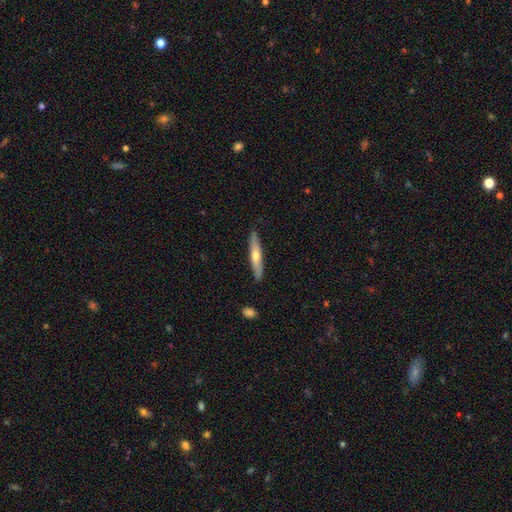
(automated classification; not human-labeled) A featured or disk galaxy (49%). Merging: none (88%).